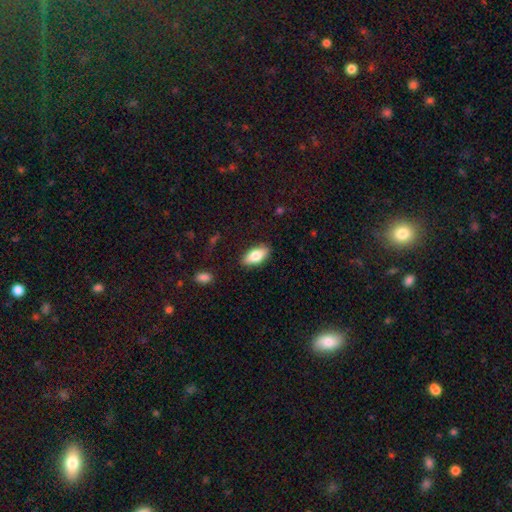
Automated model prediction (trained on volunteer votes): Morphology: type=smooth (75%); roundness=in between (85%); merging=none (87%).